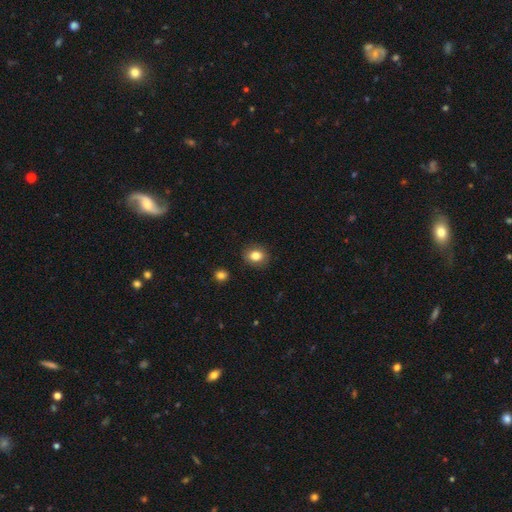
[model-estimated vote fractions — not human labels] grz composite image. It shows a smooth galaxy with no disk features (82%) that is round (56%). Merging: none (88%).